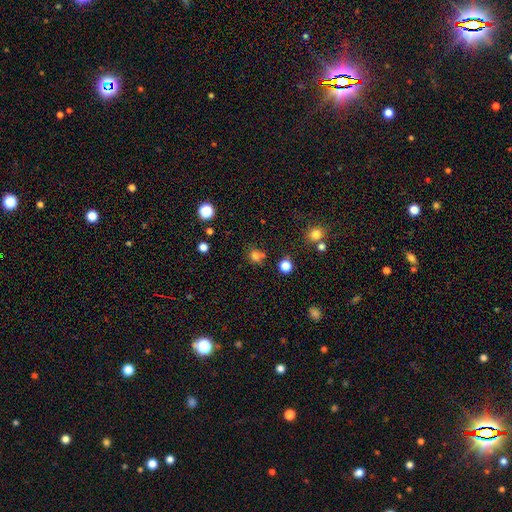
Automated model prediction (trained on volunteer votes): A smooth galaxy with no disk features (72%) that is round (74%).

Vote fractions:
- Smooth or featured? smooth: 72% / star or artifact: 20% / featured or disk: 8%
- How rounded? round: 74% / in between: 25% / cigar-shaped: 1%
- Merging? none: 58% / merger: 23% / minor disturbance: 13% / major disturbance: 5%